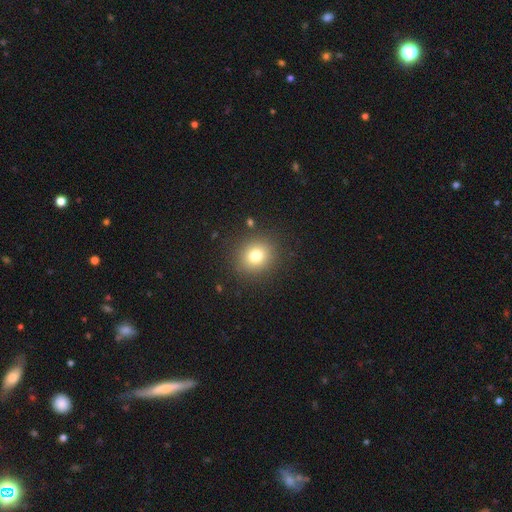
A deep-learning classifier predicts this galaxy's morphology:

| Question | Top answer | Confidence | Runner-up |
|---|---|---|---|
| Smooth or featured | smooth | 78% | star or artifact (13%) |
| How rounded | round | 80% | in between (19%) |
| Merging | none | 88% | minor disturbance (7%) |